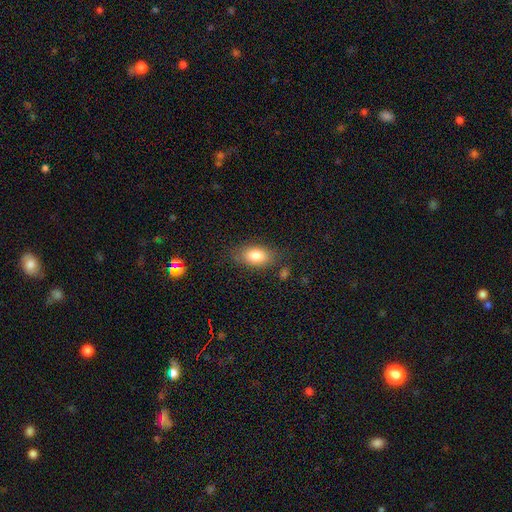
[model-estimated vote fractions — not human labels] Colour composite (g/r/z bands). It shows a smooth galaxy with no disk features (81%) that is in between round and cigar-shaped (88%). Merging: none (77%).